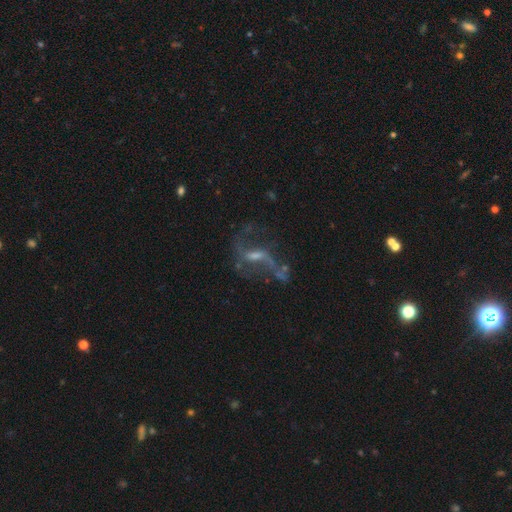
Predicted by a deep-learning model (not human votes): Smooth or featured: featured or disk — 78% (star or artifact — 12%)
Edge-on disk: no — 93% (yes — 7%)
Bar: weak — 48% (strong — 29%)
Spiral arms: yes — 82% (no — 18%)
Spiral winding: loose — 79% (medium — 17%)
Spiral arm count: 2 — 80% (can't tell — 8%)
Bulge size: small — 45% (moderate — 31%)
Merging: none — 47% (major disturbance — 27%)